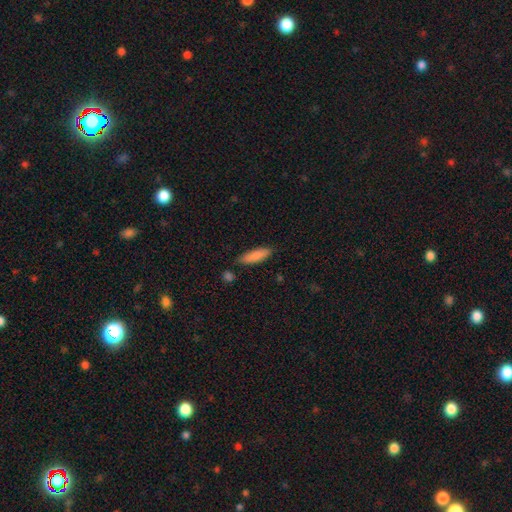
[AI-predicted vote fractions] smooth_or_featured: smooth (p=0.86) [alt: featured or disk p=0.08]
how_rounded: cigar-shaped (p=0.61) [alt: in between p=0.37]
merging: none (p=0.84) [alt: minor disturbance p=0.11]